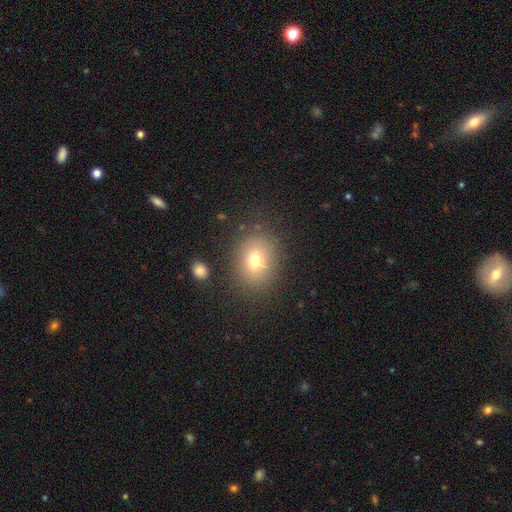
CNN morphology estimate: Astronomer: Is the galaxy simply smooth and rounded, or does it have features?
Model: smooth — 70%.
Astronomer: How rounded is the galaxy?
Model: round — 51% (runner-up: in between, 48%).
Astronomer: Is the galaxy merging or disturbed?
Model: none — 88%.